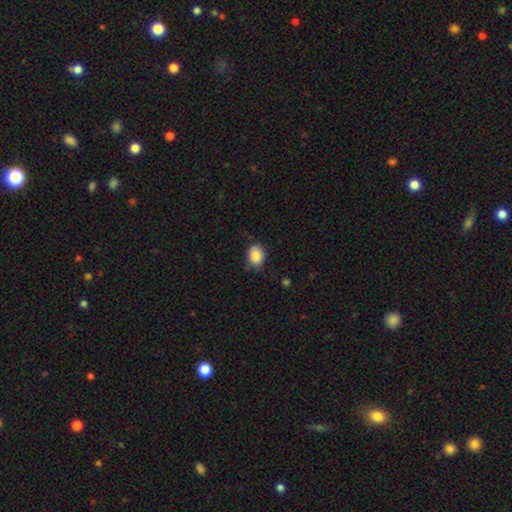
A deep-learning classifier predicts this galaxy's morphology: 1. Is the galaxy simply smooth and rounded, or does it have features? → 88% smooth, 8% star or artifact, 5% featured or disk.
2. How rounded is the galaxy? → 70% in between, 28% round, 1% cigar-shaped.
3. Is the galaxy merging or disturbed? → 70% none, 24% minor disturbance, 4% major disturbance, 1% merger.